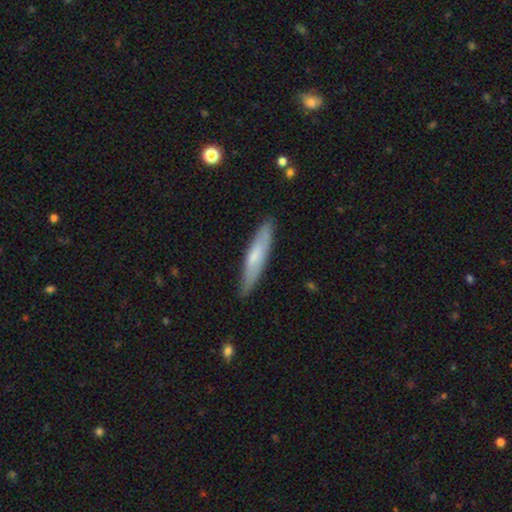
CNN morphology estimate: This appears to be a smooth galaxy with no disk features (61%) that is cigar-shaped (85%). Merging: none (84%).